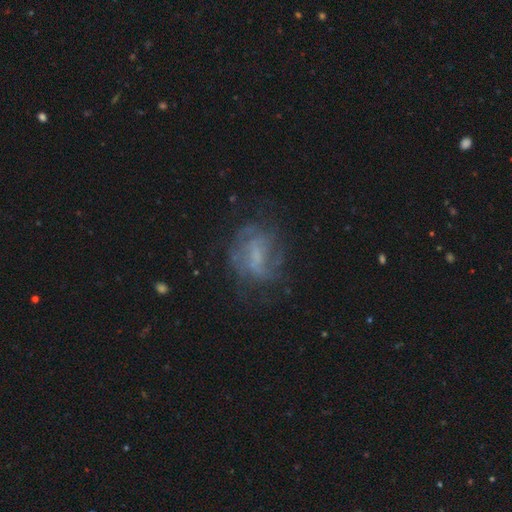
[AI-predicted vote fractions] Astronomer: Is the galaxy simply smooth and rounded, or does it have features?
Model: featured or disk — 65%.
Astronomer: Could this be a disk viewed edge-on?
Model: no — 97%.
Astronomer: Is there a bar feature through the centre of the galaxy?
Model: weak — 46% (runner-up: no, 39%).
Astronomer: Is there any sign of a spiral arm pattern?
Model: yes — 70%.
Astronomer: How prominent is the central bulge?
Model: none — 38% (runner-up: small, 37%).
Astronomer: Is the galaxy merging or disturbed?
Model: none — 61%.